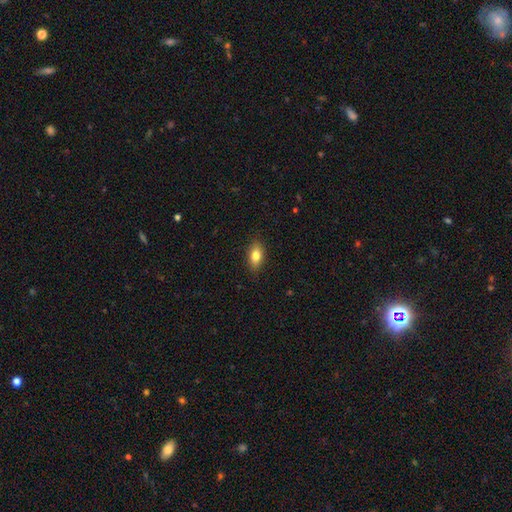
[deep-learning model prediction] This appears to be a smooth galaxy with no disk features (80%) that is in between round and cigar-shaped (85%). Merging: none (87%).